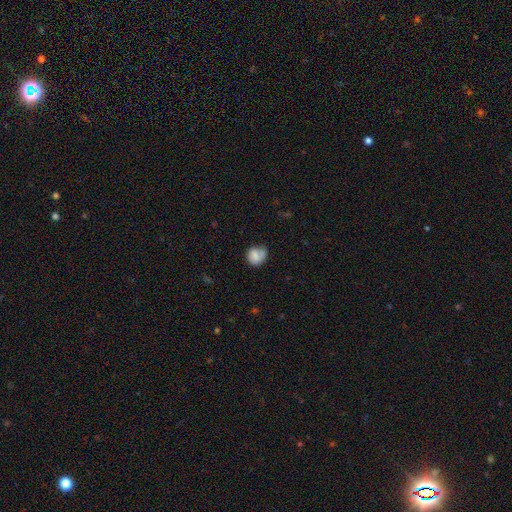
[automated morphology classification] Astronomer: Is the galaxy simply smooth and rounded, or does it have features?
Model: smooth — 74%.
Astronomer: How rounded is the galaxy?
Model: round — 68%.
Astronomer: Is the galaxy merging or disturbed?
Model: none — 50% (runner-up: minor disturbance, 30%).